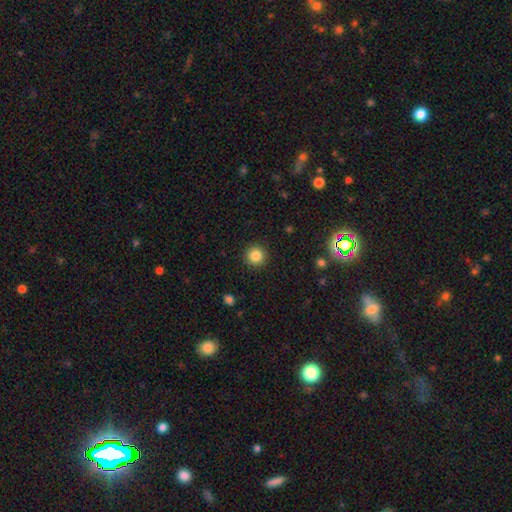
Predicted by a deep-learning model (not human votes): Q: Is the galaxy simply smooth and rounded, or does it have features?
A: smooth — 84%.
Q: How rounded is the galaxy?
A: round — 95%.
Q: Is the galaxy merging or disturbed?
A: none — 92%.